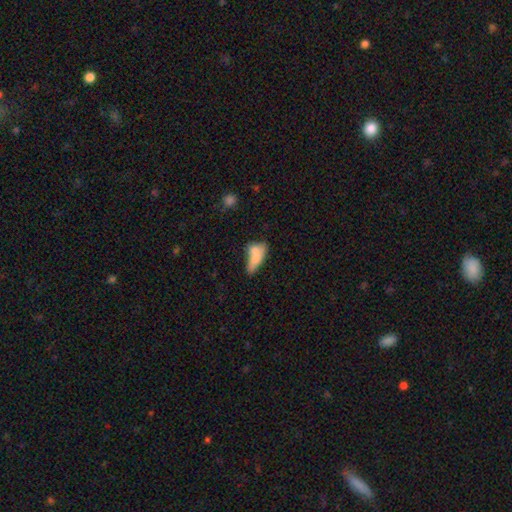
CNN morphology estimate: Smooth or featured? smooth (68%)
How rounded? in between (70%)
Merging? merger (48%)